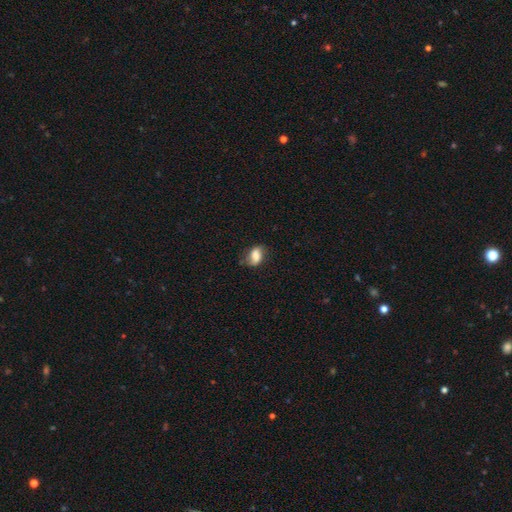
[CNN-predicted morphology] Overall: smooth (63%; featured or disk 28%). How rounded: in between (84%). Merging: none (59%; minor disturbance 29%).